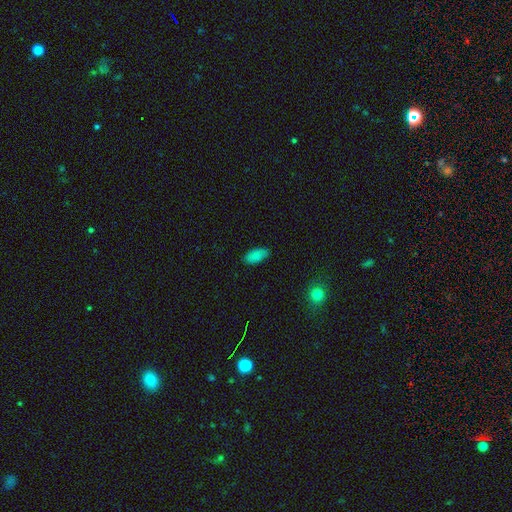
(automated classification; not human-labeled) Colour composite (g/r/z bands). It shows a smooth galaxy with no disk features (84%) that is in between round and cigar-shaped (93%). Merging: none (81%).